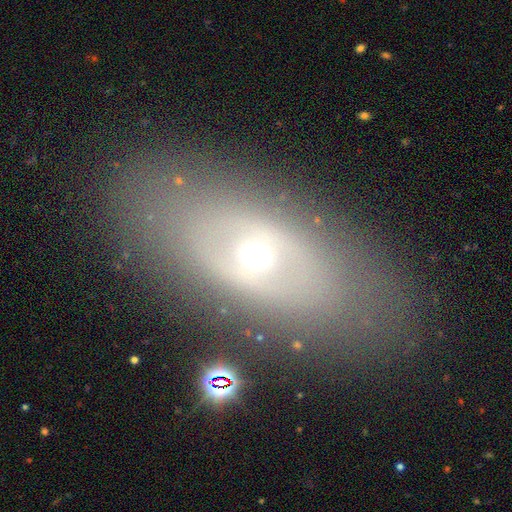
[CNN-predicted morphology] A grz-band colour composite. It shows a featured or disk galaxy (55%). Merging: none (84%).